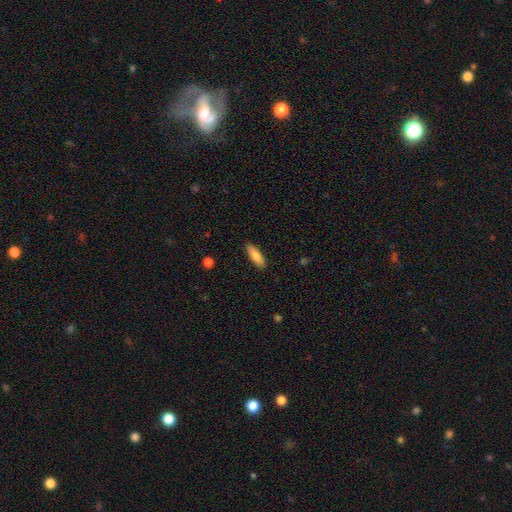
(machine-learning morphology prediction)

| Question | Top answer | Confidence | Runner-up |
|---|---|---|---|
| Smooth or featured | smooth | 79% | featured or disk (15%) |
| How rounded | in between | 50% | cigar-shaped (48%) |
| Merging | none | 89% | minor disturbance (9%) |